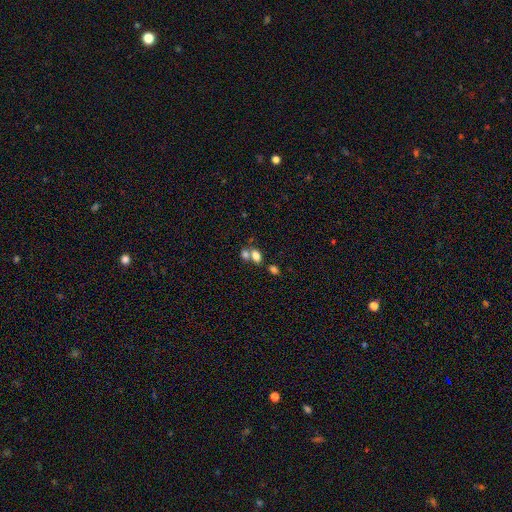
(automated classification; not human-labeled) The model was most divided on "merging": merger: 46%, none: 39%, minor disturbance: 9%, major disturbance: 5%. More confident: how rounded — in between (78%); smooth or featured — smooth (77%).